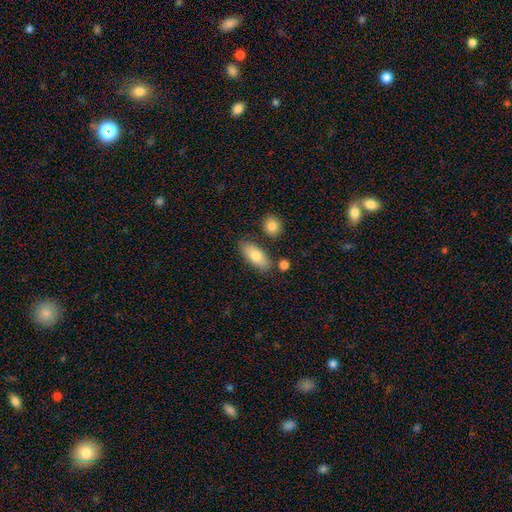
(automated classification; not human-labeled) smooth 78%, featured or disk 16%, star or artifact 6%. Down the decision tree: how rounded — in between (84%); merging — none (78%).